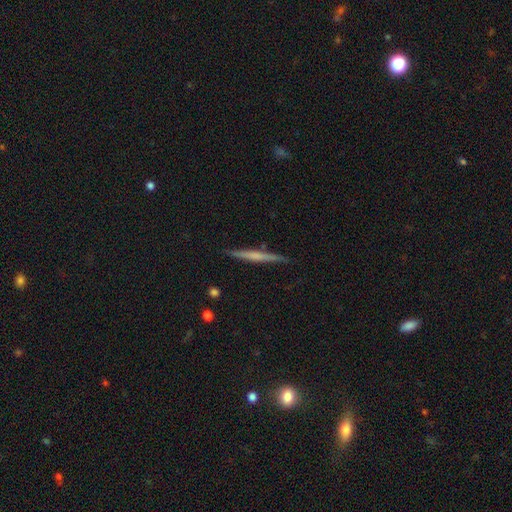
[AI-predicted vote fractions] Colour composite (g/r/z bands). It shows a featured or disk galaxy (59%) viewed edge-on (98%) with no central bulge (52%). Merging: none (89%).